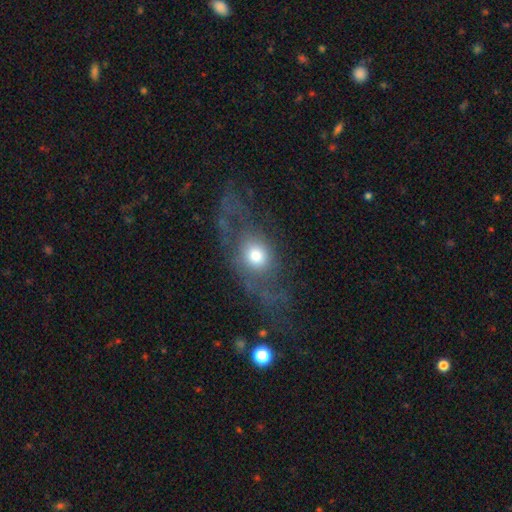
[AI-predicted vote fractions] Smooth or featured: smooth — 46% (featured or disk — 43%)
Merging: none — 41% (major disturbance — 37%)